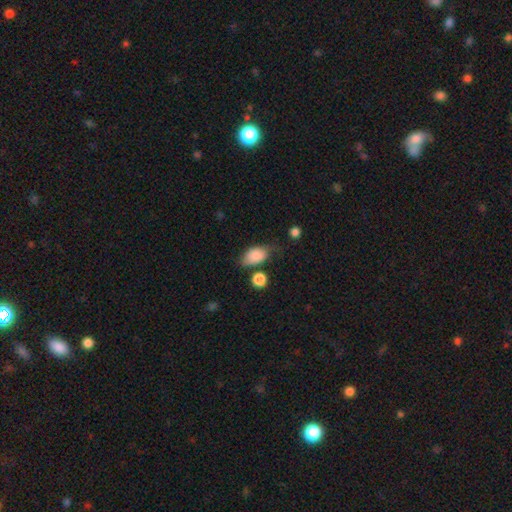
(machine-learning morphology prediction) A smooth galaxy with no disk features (84%) that is in between round and cigar-shaped (88%). Merging: none (53%).